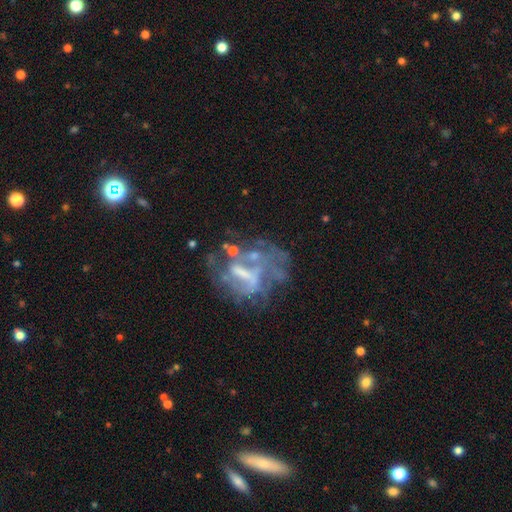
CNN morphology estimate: featured or disk 73%, smooth 14%, star or artifact 13%. Down the decision tree: edge-on disk — no (96%); bar — weak (37%); spiral arms — no (60%); bulge size — none (40%); merging — none (39%).